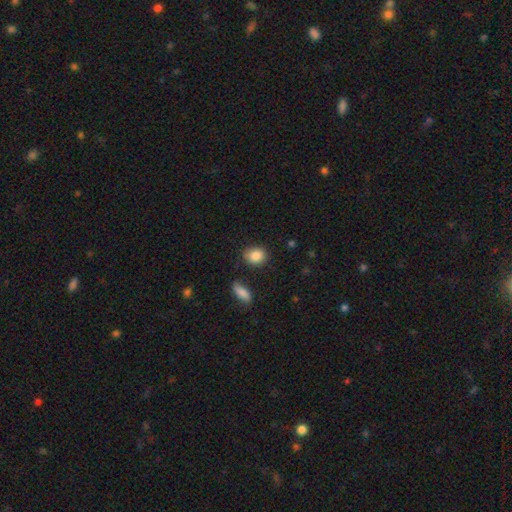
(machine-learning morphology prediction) A smooth galaxy with no disk features (87%) that is round (56%). Merging: none (76%).